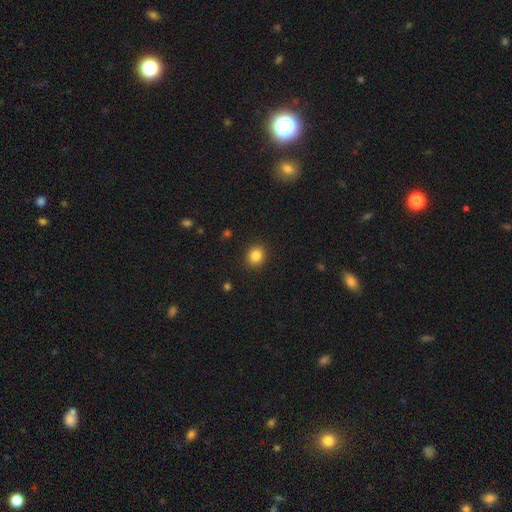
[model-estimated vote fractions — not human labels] Q: Smooth or featured?
A: smooth (85%); runner-up: star or artifact (10%)
Q: How rounded?
A: round (78%); runner-up: in between (21%)
Q: Merging?
A: none (90%); runner-up: minor disturbance (6%)